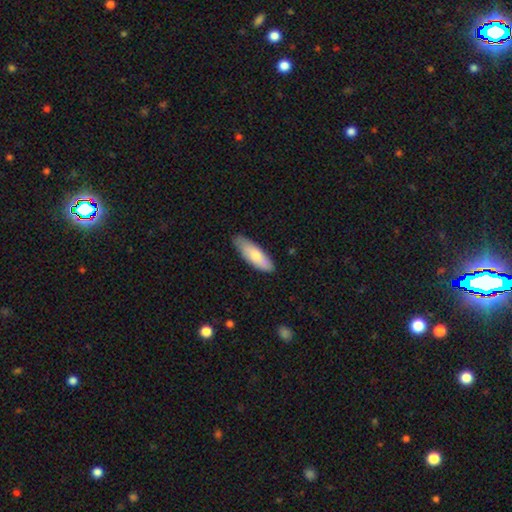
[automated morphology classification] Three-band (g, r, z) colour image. It shows a smooth galaxy with no disk features (76%) that is in between round and cigar-shaped (58%). Merging: none (78%).